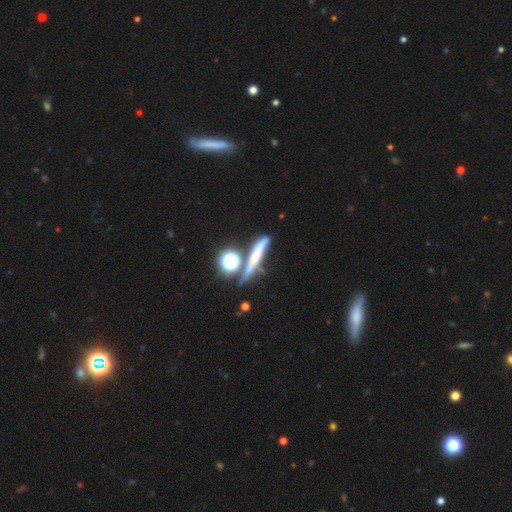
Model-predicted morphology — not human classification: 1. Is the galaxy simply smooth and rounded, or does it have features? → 49% smooth, 28% featured or disk, 23% star or artifact.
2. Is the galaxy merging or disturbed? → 58% none, 18% merger, 16% minor disturbance, 8% major disturbance.